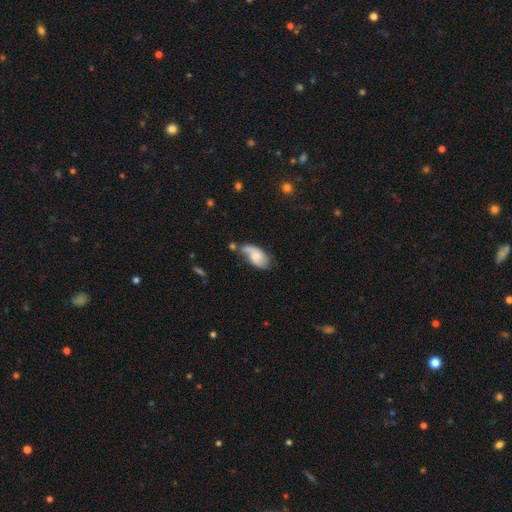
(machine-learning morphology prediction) Smooth or featured? featured or disk (50%)
Merging? none (37%)